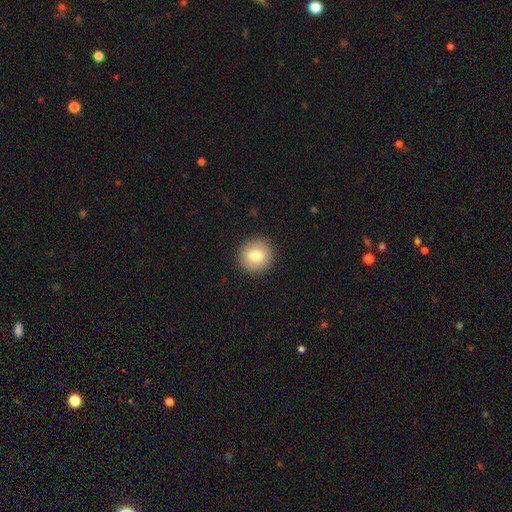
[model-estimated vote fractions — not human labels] A smooth galaxy with no disk features (78%) that is round (93%).

Vote fractions:
- Smooth or featured? smooth: 78% / featured or disk: 13% / star or artifact: 9%
- How rounded? round: 93% / in between: 6% / cigar-shaped: 1%
- Merging? none: 92% / minor disturbance: 6% / major disturbance: 2% / merger: 1%